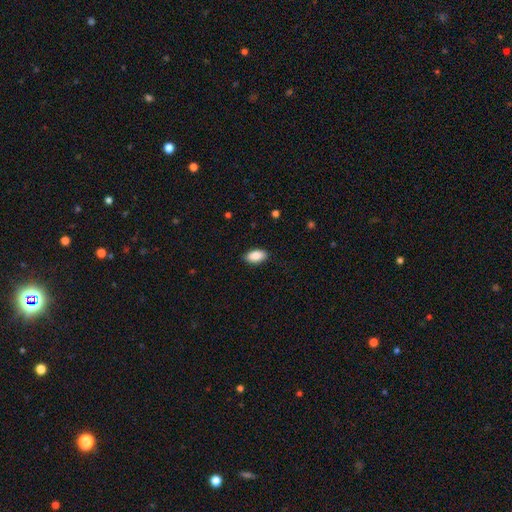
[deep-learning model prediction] Smooth or featured? smooth (87%)
How rounded? in between (94%)
Merging? none (88%)